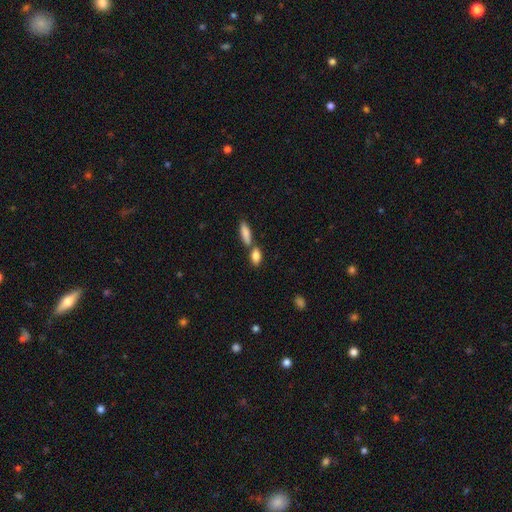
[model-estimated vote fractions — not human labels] smooth_or_featured: smooth (p=0.84) [alt: featured or disk p=0.08]
how_rounded: in between (p=0.81) [alt: cigar-shaped p=0.13]
merging: none (p=0.50) [alt: merger p=0.36]